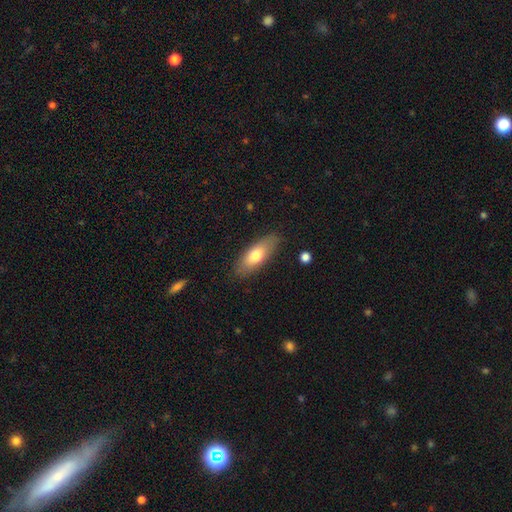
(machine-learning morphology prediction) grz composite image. It shows a smooth galaxy with no disk features (71%) that is in between round and cigar-shaped (68%). Merging: none (84%).